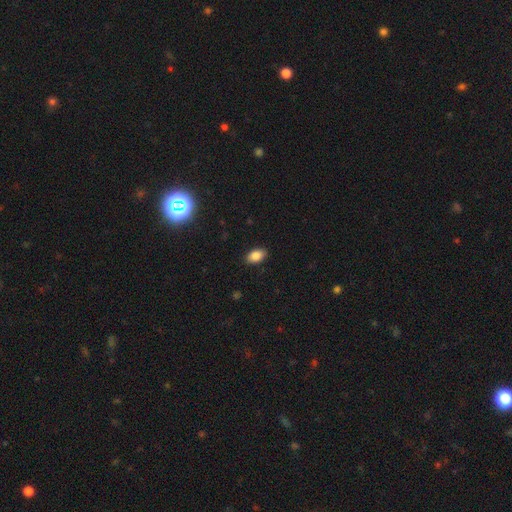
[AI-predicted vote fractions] smooth 86%, star or artifact 9%, featured or disk 6%. Down the decision tree: how rounded — in between (90%); merging — none (89%).